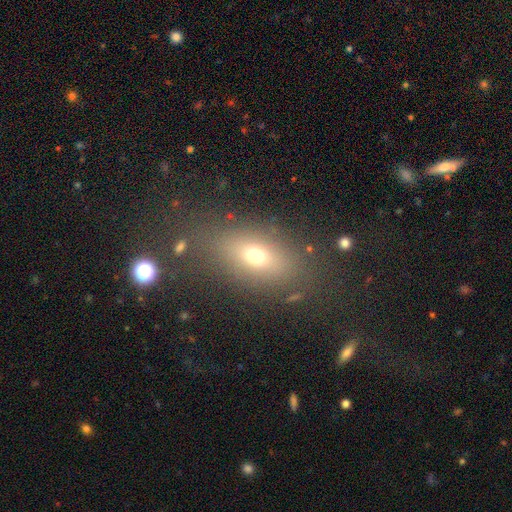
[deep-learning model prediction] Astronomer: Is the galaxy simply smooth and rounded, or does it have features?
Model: smooth — 67%.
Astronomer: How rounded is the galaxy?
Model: in between — 73%.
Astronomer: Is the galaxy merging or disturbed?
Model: none — 75%.